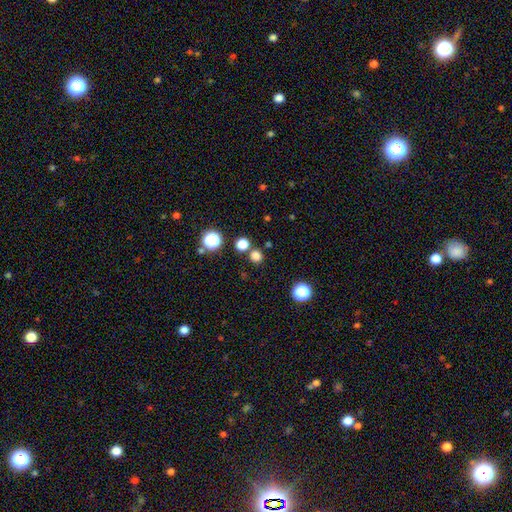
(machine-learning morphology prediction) A smooth galaxy with no disk features (77%) that is round (92%). Merging: none (79%).